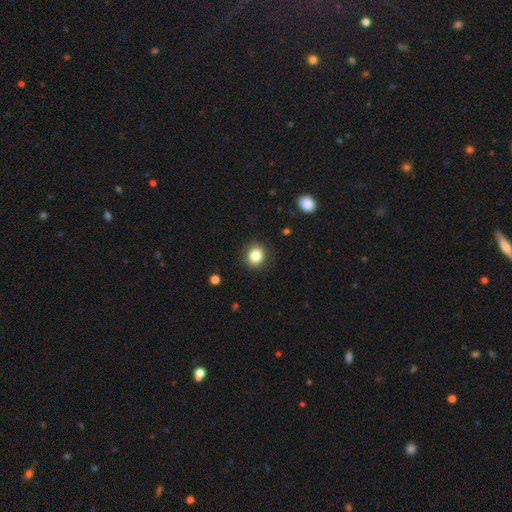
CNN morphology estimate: type=smooth (83%); roundness=round (78%); merging=none (88%).